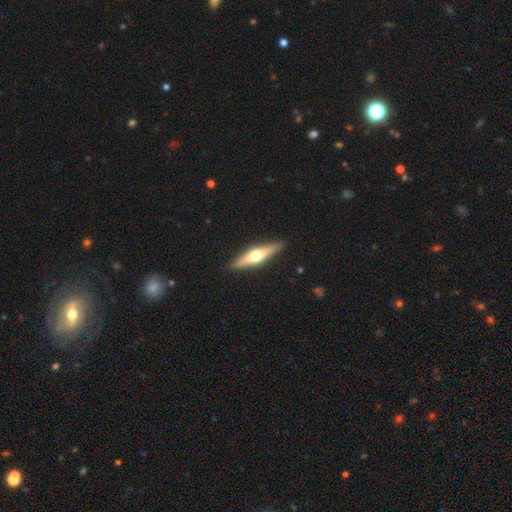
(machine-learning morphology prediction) This is likely a featured or disk galaxy (62%). It is clearly viewed edge-on (95%). Edge-on bulge: clearly rounded (95%). Merging: clearly none (90%).